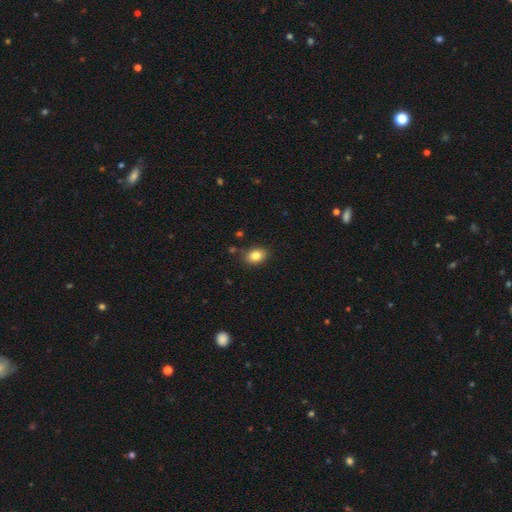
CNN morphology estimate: Smooth or featured: smooth — 83% (star or artifact — 9%)
How rounded: in between — 72% (round — 26%)
Merging: none — 83% (minor disturbance — 12%)